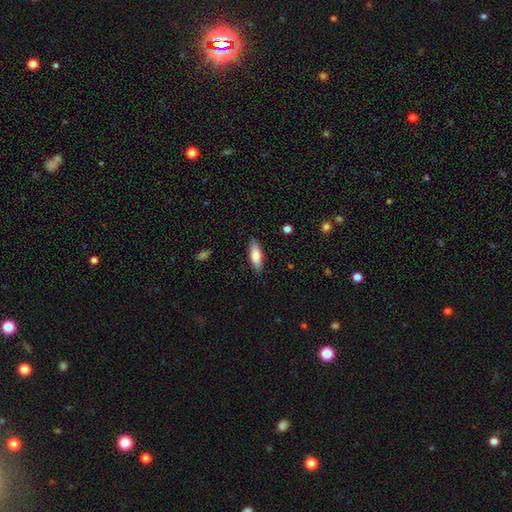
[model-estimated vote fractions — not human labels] Q: Smooth or featured?
A: smooth (79%); runner-up: featured or disk (15%)
Q: How rounded?
A: in between (61%); runner-up: cigar-shaped (37%)
Q: Merging?
A: none (87%); runner-up: minor disturbance (10%)